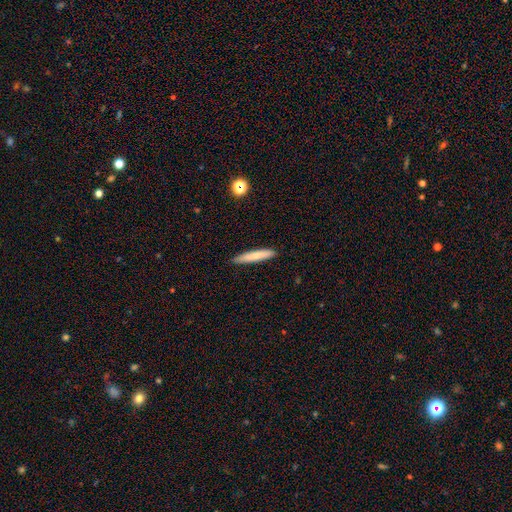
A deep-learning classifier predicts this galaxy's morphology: smooth 77%, featured or disk 17%, star or artifact 6%. Down the decision tree: how rounded — cigar-shaped (93%); merging — none (88%).